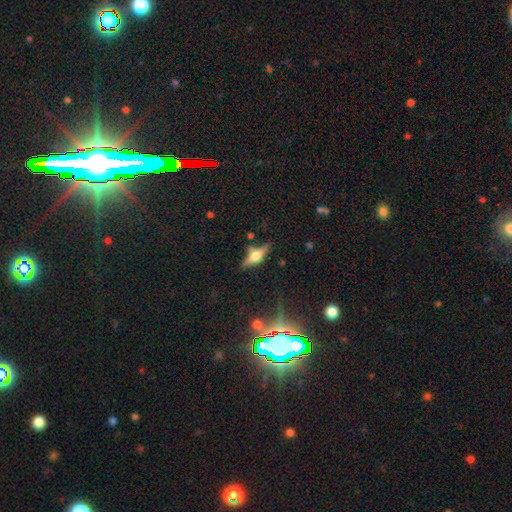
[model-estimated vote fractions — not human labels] A featured or disk galaxy (57%) viewed edge-on (93%) with a rounded central bulge (90%). Merging: none (75%).